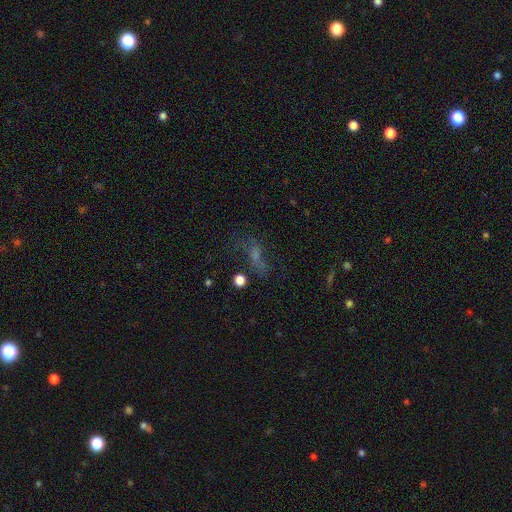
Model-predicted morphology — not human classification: Smooth or featured: smooth — 38% (featured or disk — 35%)
Merging: none — 44% (major disturbance — 30%)